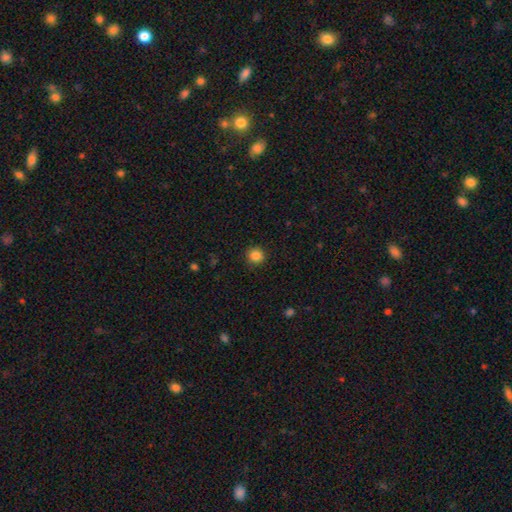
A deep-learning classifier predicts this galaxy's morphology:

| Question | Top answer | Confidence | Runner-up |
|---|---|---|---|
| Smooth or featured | smooth | 85% | star or artifact (11%) |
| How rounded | round | 92% | in between (7%) |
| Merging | none | 91% | minor disturbance (6%) |